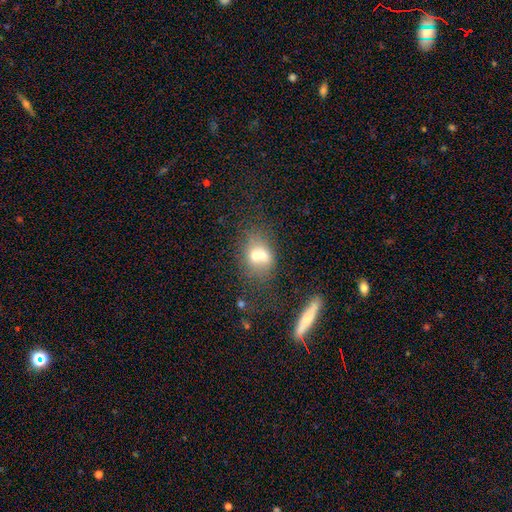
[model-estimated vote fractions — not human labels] A smooth galaxy with no disk features (61%) that is round (55%). Merging: merger (59%).